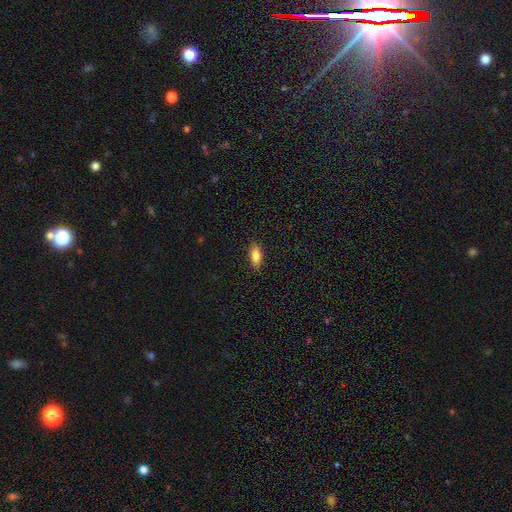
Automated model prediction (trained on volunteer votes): A smooth galaxy with no disk features (78%) that is in between round and cigar-shaped (79%). Merging: none (87%).